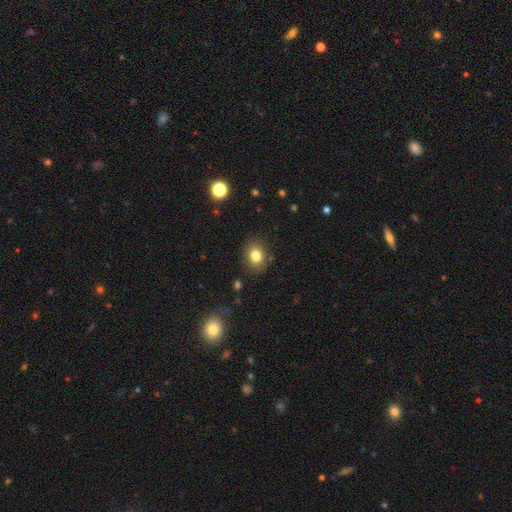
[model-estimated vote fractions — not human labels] A smooth galaxy with no disk features (80%) that is round (51%). Merging: none (85%).